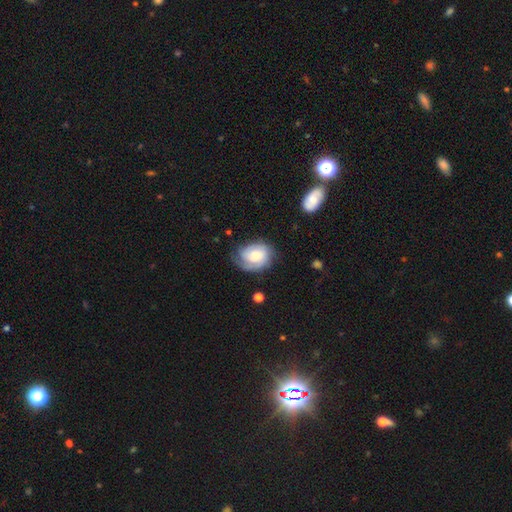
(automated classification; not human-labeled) Smooth or featured: featured or disk — 59% (smooth — 34%)
Edge-on disk: no — 97% (yes — 3%)
Bar: no — 70% (weak — 26%)
Spiral arms: yes — 89% (no — 11%)
Spiral winding: tight — 59% (medium — 30%)
Spiral arm count: 2 — 38% (can't tell — 29%)
Bulge size: moderate — 42% (small — 36%)
Merging: none — 62% (minor disturbance — 25%)